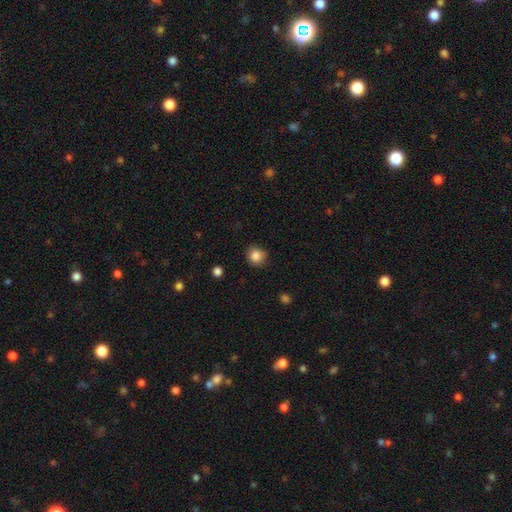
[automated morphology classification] A smooth galaxy with no disk features (85%) that is round (89%). Merging: none (85%).